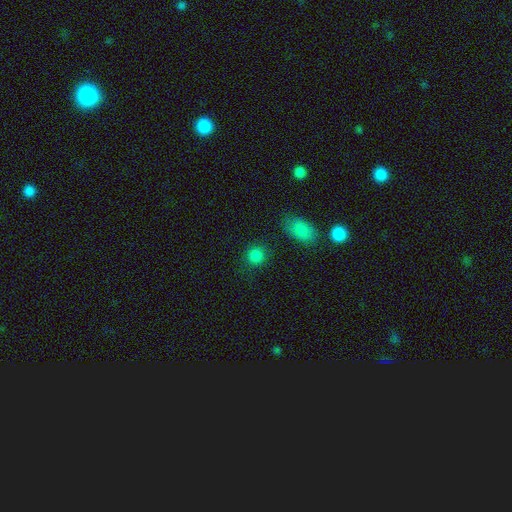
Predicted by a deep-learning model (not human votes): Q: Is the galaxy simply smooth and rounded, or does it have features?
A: smooth — 84%.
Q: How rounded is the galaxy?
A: round — 87%.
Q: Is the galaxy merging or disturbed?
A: none — 84%.